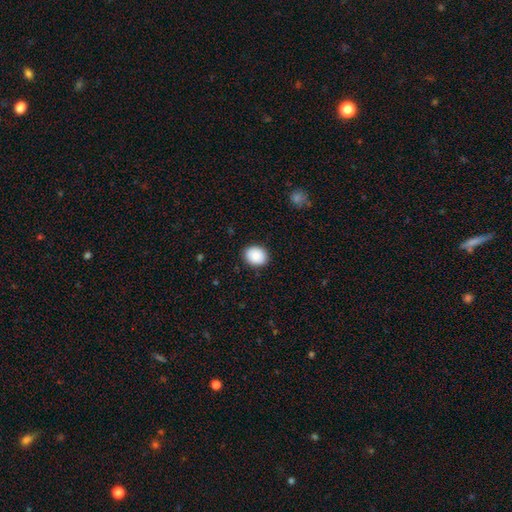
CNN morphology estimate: A smooth galaxy with no disk features (87%) that is round (59%). Merging: none (89%).